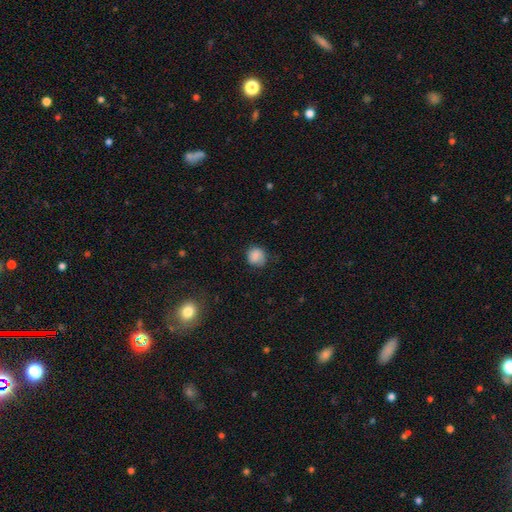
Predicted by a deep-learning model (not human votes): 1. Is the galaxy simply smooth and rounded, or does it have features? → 84% smooth, 9% star or artifact, 7% featured or disk.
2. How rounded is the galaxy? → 80% round, 19% in between, 1% cigar-shaped.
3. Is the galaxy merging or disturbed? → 69% none, 23% minor disturbance, 7% major disturbance, 1% merger.